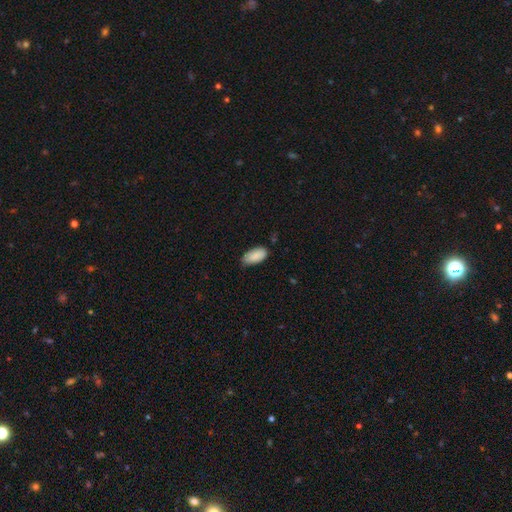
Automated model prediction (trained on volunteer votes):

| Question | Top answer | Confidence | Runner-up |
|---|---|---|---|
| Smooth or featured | smooth | 89% | star or artifact (6%) |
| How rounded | in between | 94% | cigar-shaped (4%) |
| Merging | none | 70% | minor disturbance (26%) |